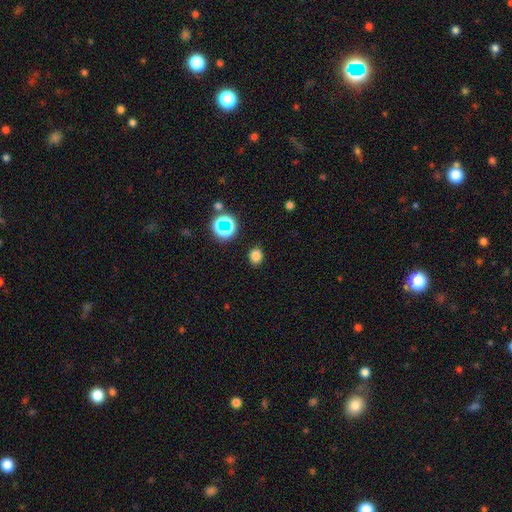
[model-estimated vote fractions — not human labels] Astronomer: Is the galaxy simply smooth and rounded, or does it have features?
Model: smooth — 78%.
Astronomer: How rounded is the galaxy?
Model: round — 58% (runner-up: in between, 41%).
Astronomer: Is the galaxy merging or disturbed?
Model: none — 87%.